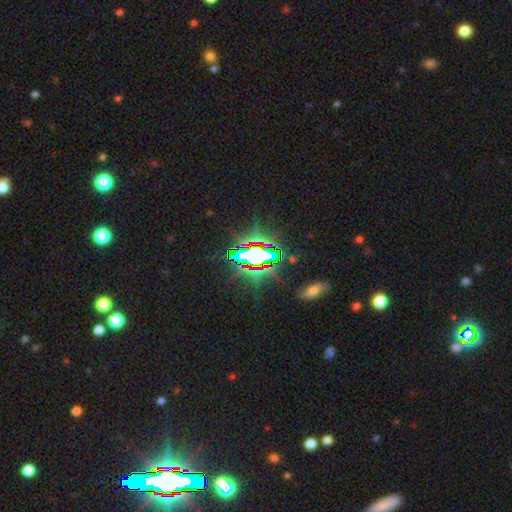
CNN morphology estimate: The model was most divided on "smooth or featured": star or artifact: 75%, featured or disk: 13%, smooth: 12%.